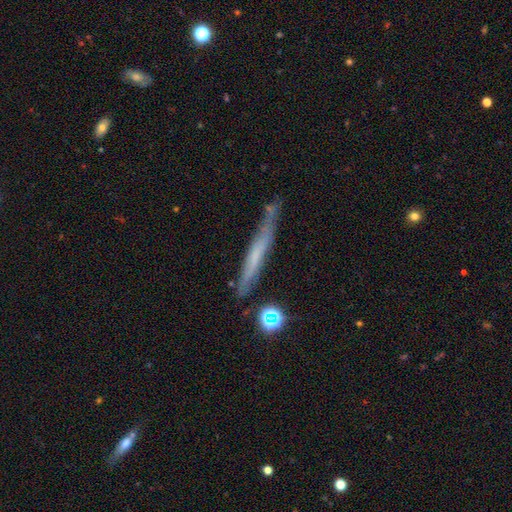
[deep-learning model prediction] The model was most divided on "smooth or featured": featured or disk: 50%, smooth: 42%, star or artifact: 8%. More confident: merging — none (72%).